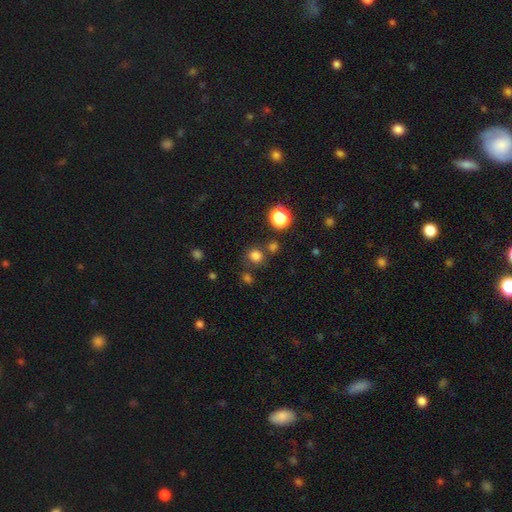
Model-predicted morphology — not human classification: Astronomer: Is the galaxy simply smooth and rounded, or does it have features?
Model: smooth — 75%.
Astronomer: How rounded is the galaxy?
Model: round — 83%.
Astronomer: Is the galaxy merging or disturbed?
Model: none — 73%.